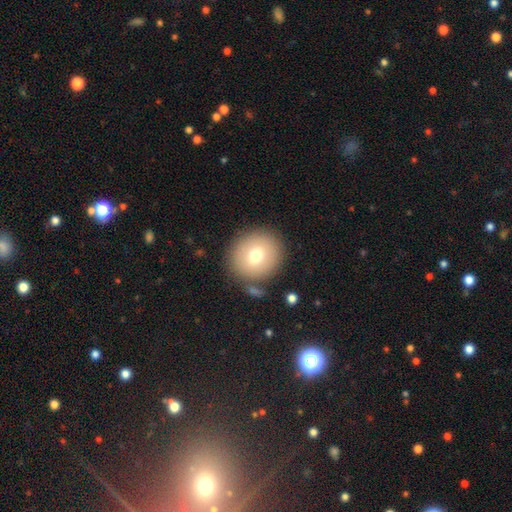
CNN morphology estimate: The model was most divided on "smooth or featured": smooth: 72%, featured or disk: 18%, star or artifact: 10%. More confident: how rounded — round (88%); merging — none (83%).